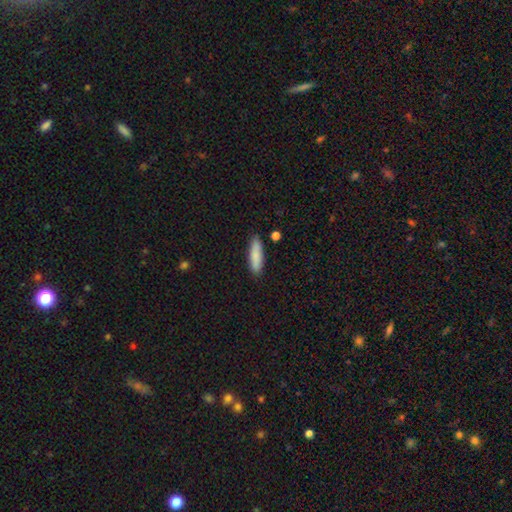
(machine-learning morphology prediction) smooth 85%, featured or disk 9%, star or artifact 6%. Down the decision tree: how rounded — cigar-shaped (60%); merging — none (86%).